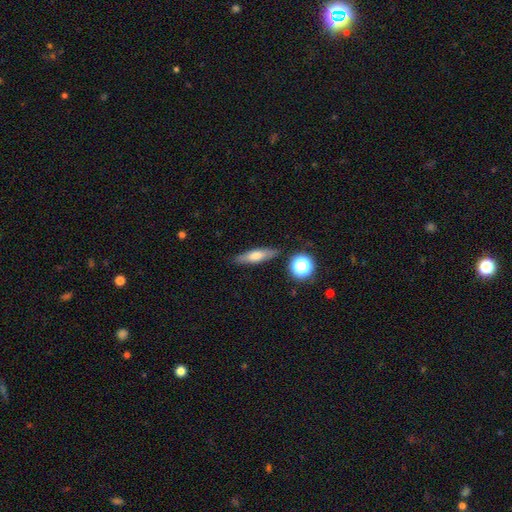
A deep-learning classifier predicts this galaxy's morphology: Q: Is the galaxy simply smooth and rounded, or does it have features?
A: smooth — 62%.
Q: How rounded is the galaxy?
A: cigar-shaped — 62%.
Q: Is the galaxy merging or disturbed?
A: none — 85%.